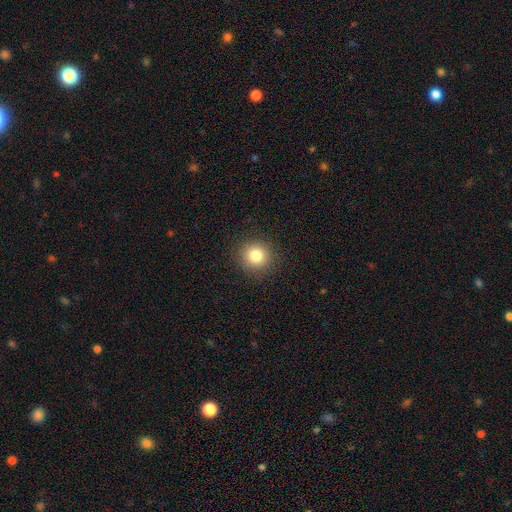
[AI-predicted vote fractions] Smooth or featured? Predicted: smooth (p=0.81). How rounded? Predicted: round (p=0.92). Merging? Predicted: none (p=0.91).